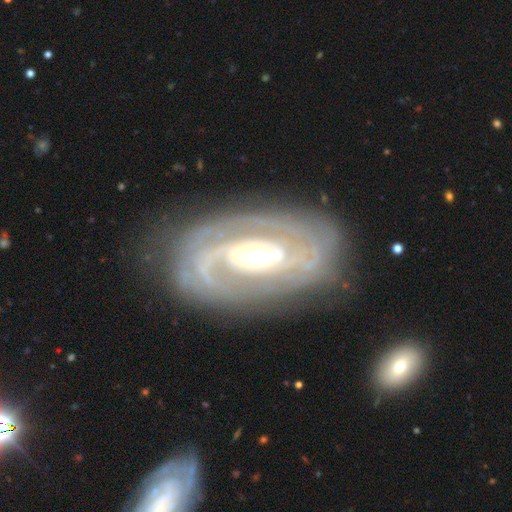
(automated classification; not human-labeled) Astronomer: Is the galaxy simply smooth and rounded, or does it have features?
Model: featured or disk — 88%.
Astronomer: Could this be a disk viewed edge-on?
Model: no — 95%.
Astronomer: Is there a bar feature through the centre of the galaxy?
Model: no — 37% (runner-up: weak, 34%).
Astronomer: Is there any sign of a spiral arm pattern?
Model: yes — 93%.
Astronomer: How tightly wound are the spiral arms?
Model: tight — 63%.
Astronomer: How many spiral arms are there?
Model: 2 — 50%.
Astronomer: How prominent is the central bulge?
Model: moderate — 66%.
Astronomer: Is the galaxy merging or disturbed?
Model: none — 79%.